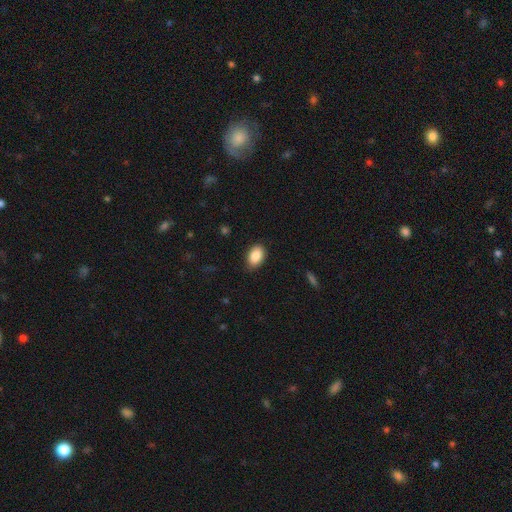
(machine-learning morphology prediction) The model was most divided on "merging": none: 83%, minor disturbance: 13%, major disturbance: 2%, merger: 1%. More confident: smooth or featured — smooth (89%); how rounded — in between (88%).